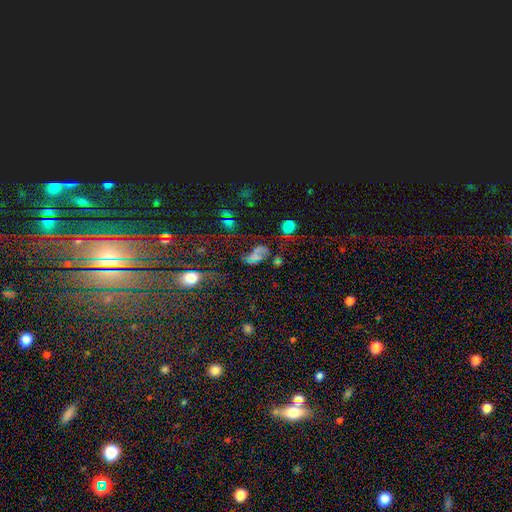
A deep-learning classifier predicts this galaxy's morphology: Q: Smooth or featured?
A: star or artifact (40%); tied with: smooth (40%)